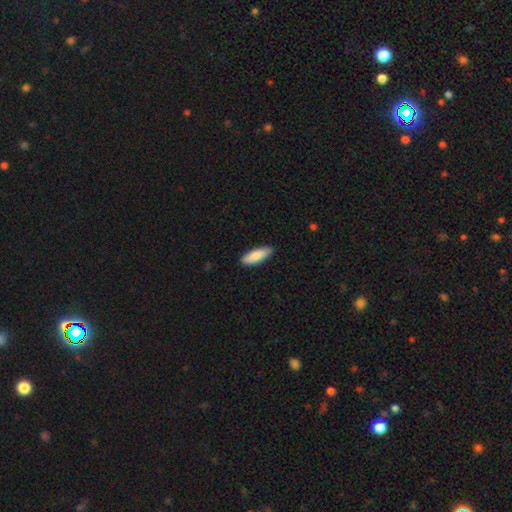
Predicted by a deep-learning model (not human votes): Morphology: type=smooth (87%); roundness=in between (56%); merging=none (88%).